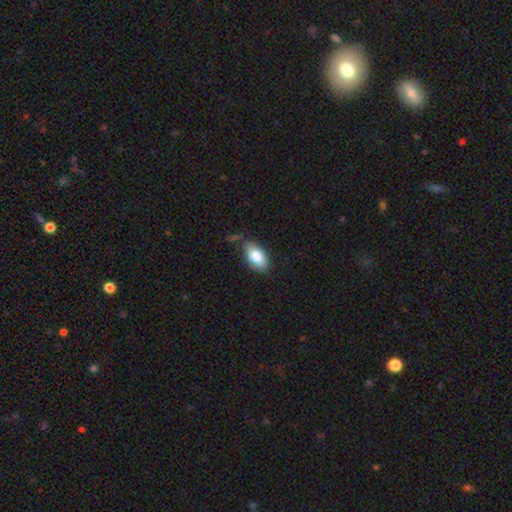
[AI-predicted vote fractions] Overall: smooth (82%). How rounded: in between (92%). Merging: none (72%).